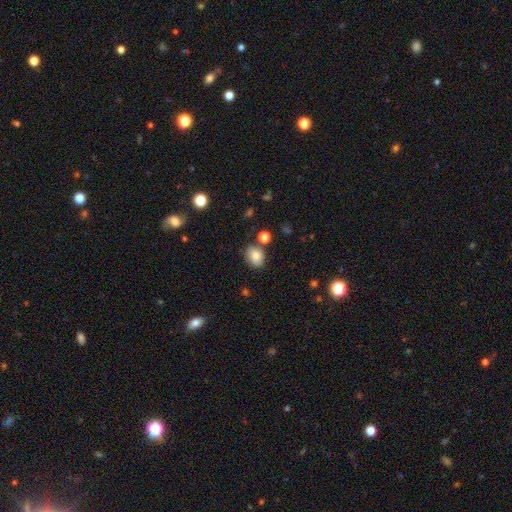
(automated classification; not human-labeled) Q: Smooth or featured?
A: smooth (83%); runner-up: star or artifact (9%)
Q: How rounded?
A: in between (54%); runner-up: round (45%)
Q: Merging?
A: none (71%); runner-up: minor disturbance (17%)